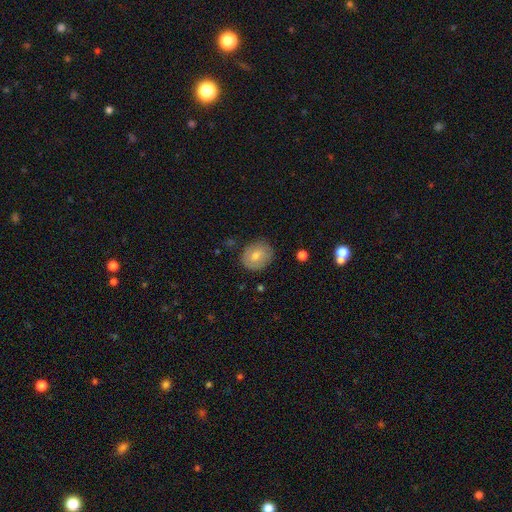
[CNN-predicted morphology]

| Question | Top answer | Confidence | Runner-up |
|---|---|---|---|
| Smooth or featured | smooth | 64% | featured or disk (27%) |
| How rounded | round | 66% | in between (33%) |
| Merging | none | 82% | minor disturbance (14%) |